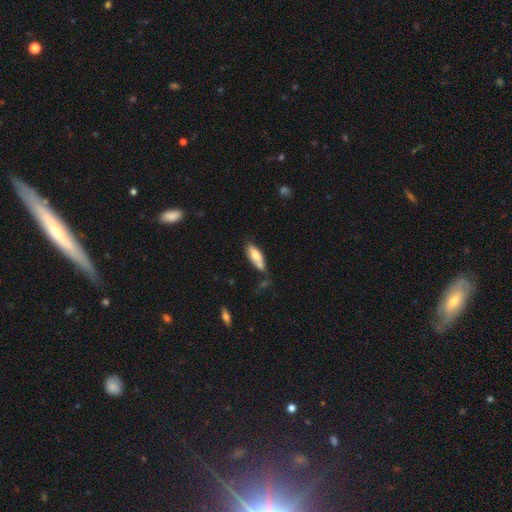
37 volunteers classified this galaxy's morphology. This appears to be a smooth galaxy with no disk features (57%) that is in between round and cigar-shaped (71%). Merging: none (38%).